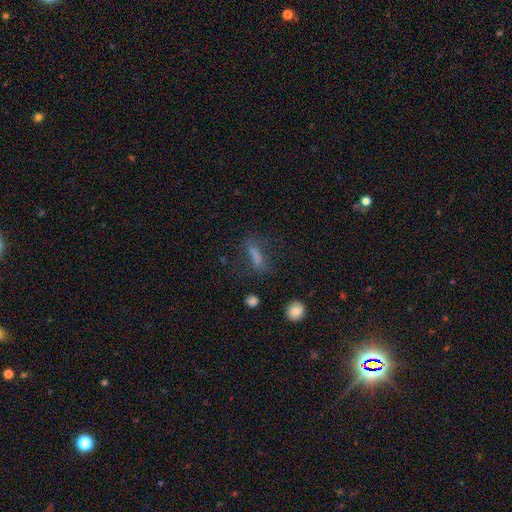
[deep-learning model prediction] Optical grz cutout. It shows a smooth galaxy with no disk features (52%) that is cigar-shaped (61%). Merging: none (65%).